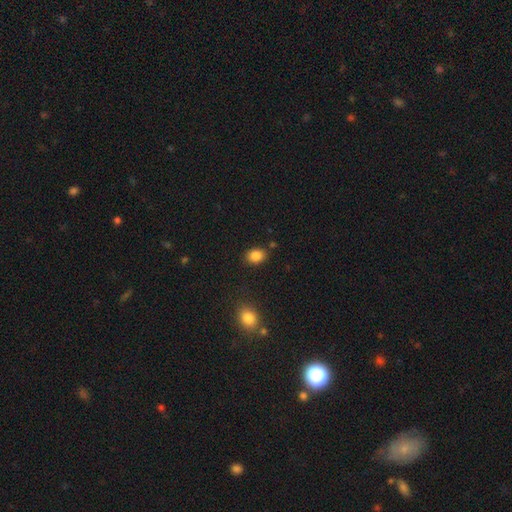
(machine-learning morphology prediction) Smooth or featured? Predicted: smooth (p=0.86). How rounded? Predicted: in between (p=0.60). Merging? Predicted: none (p=0.83).